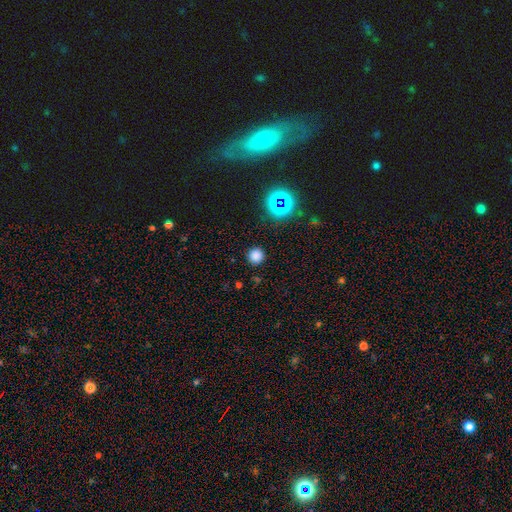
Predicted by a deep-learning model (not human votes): Smooth or featured: smooth — 77% (star or artifact — 18%)
How rounded: round — 95% (in between — 4%)
Merging: none — 89% (minor disturbance — 7%)